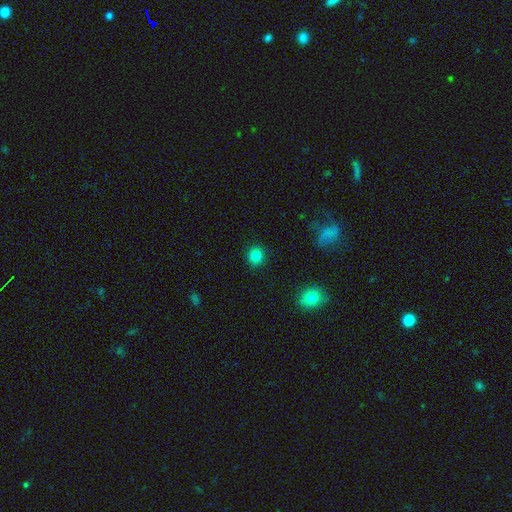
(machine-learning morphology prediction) This is clearly a smooth galaxy (85%). How rounded: clearly round (87%). Merging: clearly none (91%).